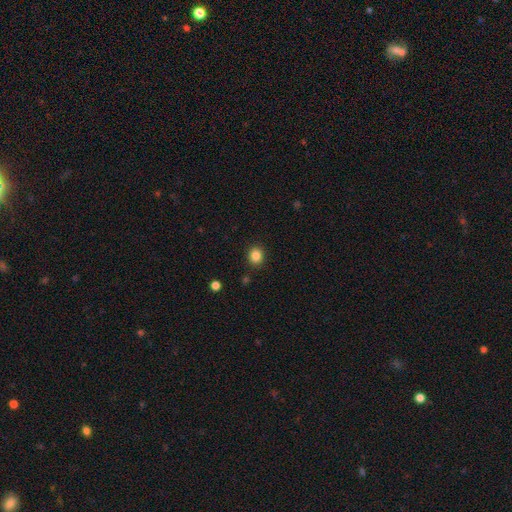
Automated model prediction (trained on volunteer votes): A smooth galaxy with no disk features (85%) that is round (80%).

Vote fractions:
- Smooth or featured? smooth: 85% / star or artifact: 11% / featured or disk: 4%
- How rounded? round: 80% / in between: 19% / cigar-shaped: 1%
- Merging? none: 90% / minor disturbance: 7% / major disturbance: 2% / merger: 2%